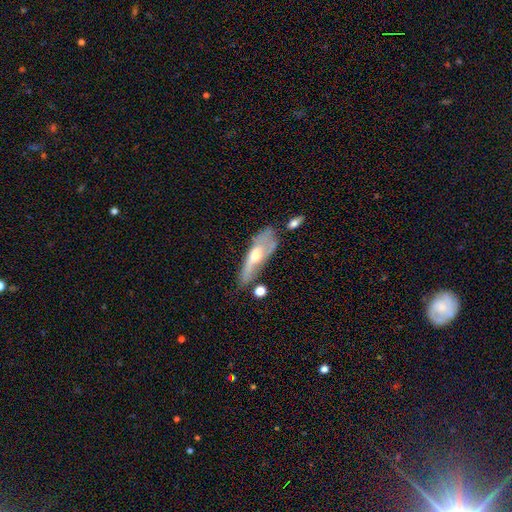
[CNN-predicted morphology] type=featured or disk (53%); edge-on=no (64%); merging=none (43%).